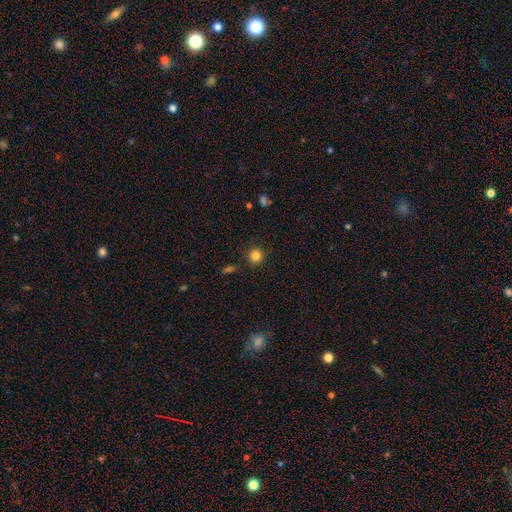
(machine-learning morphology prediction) Smooth or featured?
  - smooth: 83% *
  - star or artifact: 12%
  - featured or disk: 5%
How rounded?
  - round: 93% *
  - in between: 6%
  - cigar-shaped: 1%
Merging?
  - none: 90% *
  - minor disturbance: 6%
  - major disturbance: 2%
  - merger: 2%